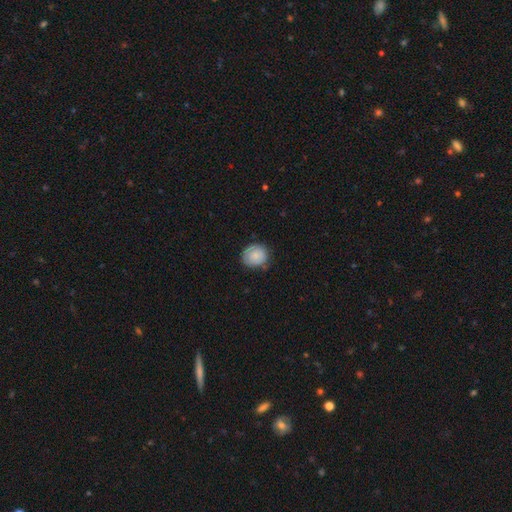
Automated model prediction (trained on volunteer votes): Smooth or featured?
  - smooth: 77% *
  - featured or disk: 16%
  - star or artifact: 7%
How rounded?
  - round: 77% *
  - in between: 23%
  - cigar-shaped: 1%
Merging?
  - none: 74% *
  - minor disturbance: 20%
  - major disturbance: 4%
  - merger: 2%